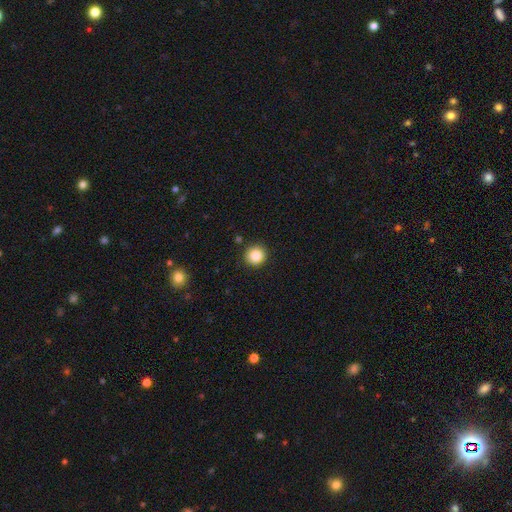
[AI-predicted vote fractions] Smooth or featured? Predicted: smooth (p=0.86). How rounded? Predicted: round (p=0.94). Merging? Predicted: none (p=0.91).